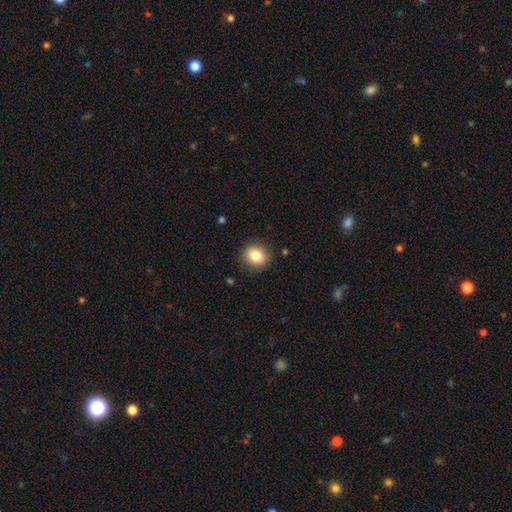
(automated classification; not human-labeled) Morphology: type=smooth (83%); roundness=round (79%); merging=none (88%).